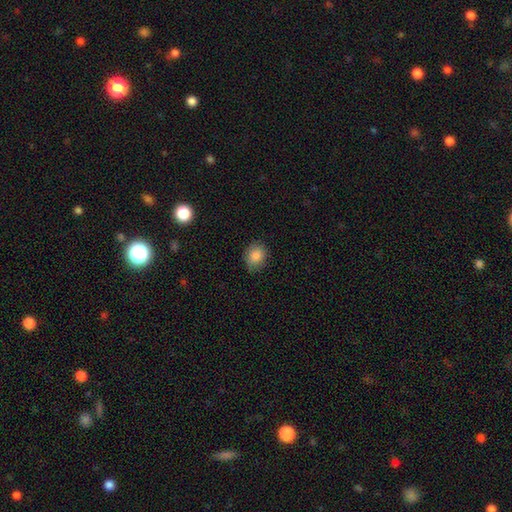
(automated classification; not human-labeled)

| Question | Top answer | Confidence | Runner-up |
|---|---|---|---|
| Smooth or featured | smooth | 86% | star or artifact (9%) |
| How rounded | in between | 50% | round (49%) |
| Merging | none | 78% | minor disturbance (18%) |